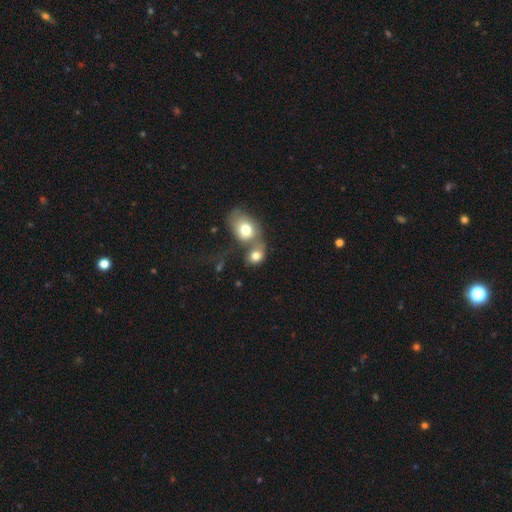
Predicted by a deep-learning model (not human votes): The model was most divided on "how rounded": round: 50%, in between: 48%, cigar-shaped: 1%. More confident: smooth or featured — smooth (75%); merging — merger (63%).